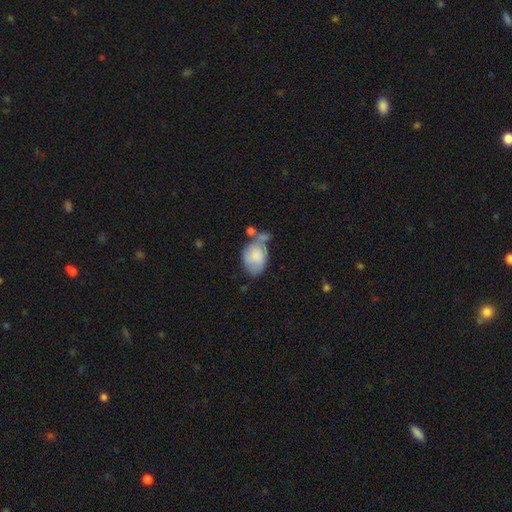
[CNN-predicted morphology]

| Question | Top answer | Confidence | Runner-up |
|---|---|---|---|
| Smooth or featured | smooth | 76% | featured or disk (17%) |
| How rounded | in between | 78% | round (21%) |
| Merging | none | 30% | merger (28%) |